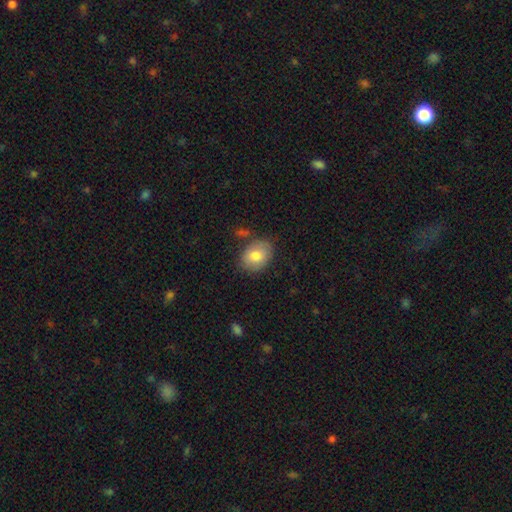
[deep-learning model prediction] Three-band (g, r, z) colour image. It shows a smooth galaxy with no disk features (80%) that is in between round and cigar-shaped (70%). Merging: none (74%).